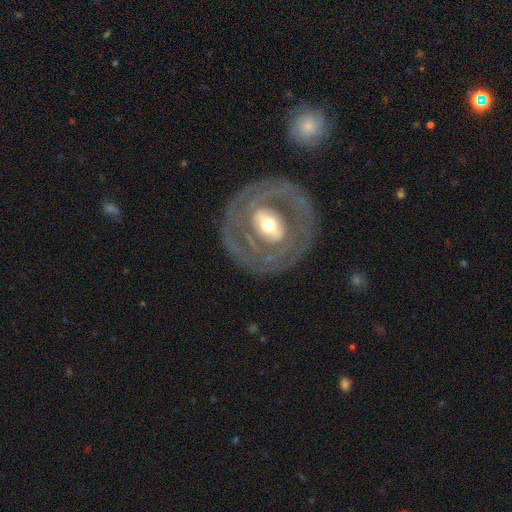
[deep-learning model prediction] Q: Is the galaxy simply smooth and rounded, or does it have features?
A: featured or disk — 77%.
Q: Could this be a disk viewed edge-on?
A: no — 93%.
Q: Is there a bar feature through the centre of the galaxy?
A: strong — 39%.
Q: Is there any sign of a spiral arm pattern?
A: no — 55%.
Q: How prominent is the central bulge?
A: moderate — 66%.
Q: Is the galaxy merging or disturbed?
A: none — 77%.